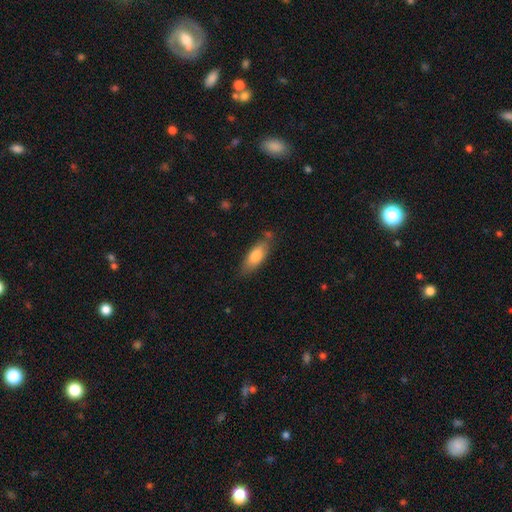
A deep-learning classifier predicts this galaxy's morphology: smooth-or-featured: smooth: 76% | featured or disk: 18% | star or artifact: 6%
  how-rounded: in between: 72% | cigar-shaped: 26% | round: 2%
  merging: none: 73% | minor disturbance: 19% | merger: 5% | major disturbance: 4%